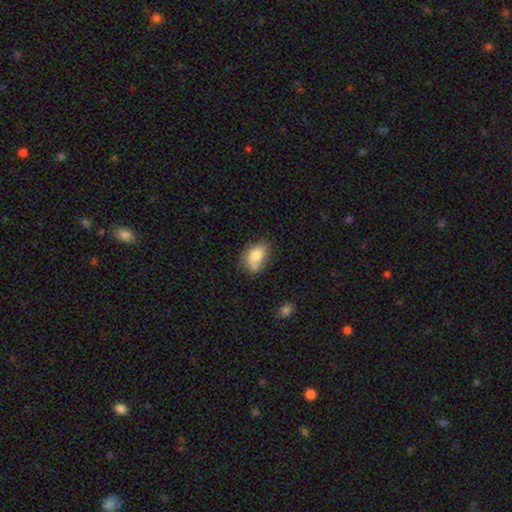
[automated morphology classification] The model was most divided on "merging": none: 47%, minor disturbance: 26%, merger: 19%, major disturbance: 8%. More confident: how rounded — in between (79%); smooth or featured — smooth (77%).